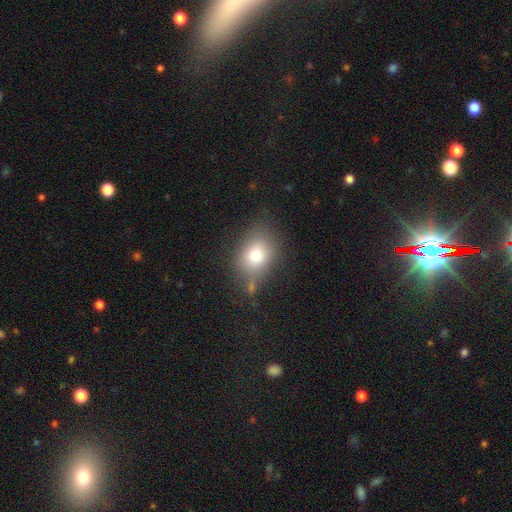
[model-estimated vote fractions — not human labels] This is likely a smooth galaxy (77%). How rounded: likely in between (65%). Merging: likely none (66%).